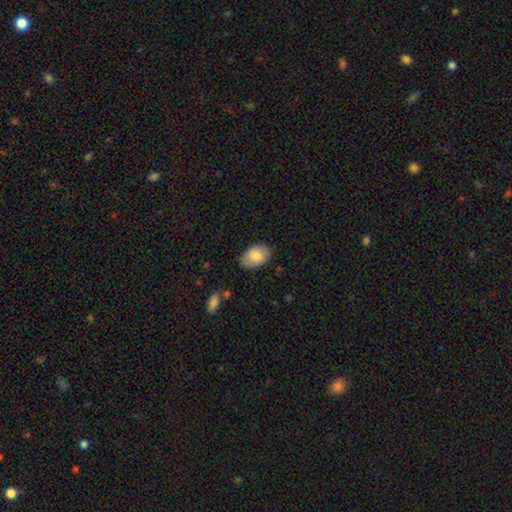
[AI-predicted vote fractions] Smooth or featured? smooth (84%)
How rounded? in between (88%)
Merging? none (77%)